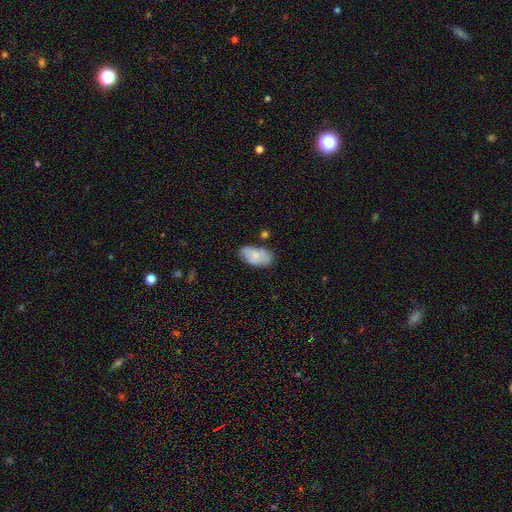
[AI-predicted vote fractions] smooth 66%, featured or disk 27%, star or artifact 7%. Down the decision tree: how rounded — in between (94%); merging — none (61%).